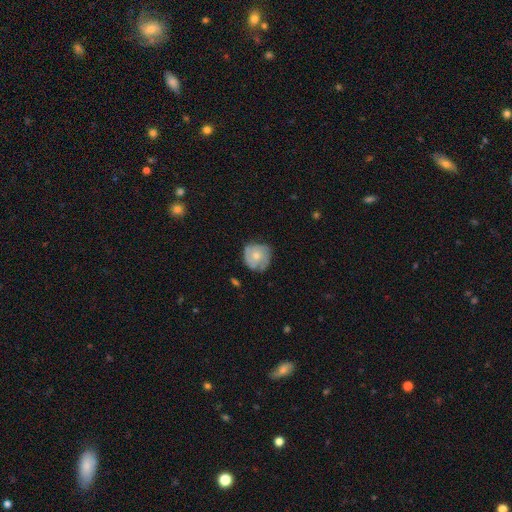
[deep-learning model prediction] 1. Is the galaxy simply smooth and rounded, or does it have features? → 53% featured or disk, 40% smooth, 7% star or artifact.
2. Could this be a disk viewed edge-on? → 97% no, 3% yes.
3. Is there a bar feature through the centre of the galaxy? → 84% no, 14% weak, 2% strong.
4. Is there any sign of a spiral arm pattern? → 77% yes, 23% no.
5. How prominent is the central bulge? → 50% moderate, 43% small, 3% none, 3% large, 1% dominant.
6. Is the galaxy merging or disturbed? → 69% none, 24% minor disturbance, 6% major disturbance, 2% merger.